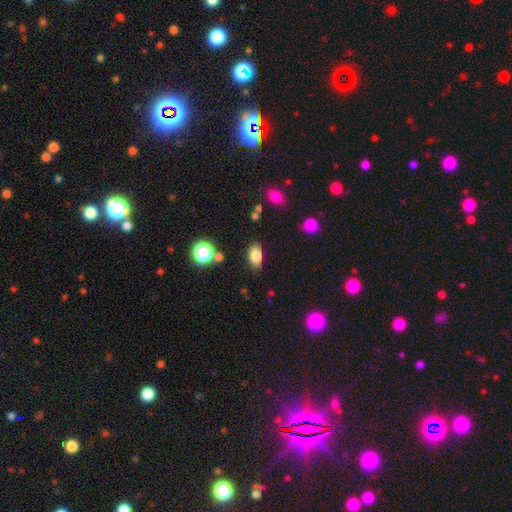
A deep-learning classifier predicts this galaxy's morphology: The model was most divided on "merging": none: 83%, minor disturbance: 11%, major disturbance: 3%, merger: 2%. More confident: how rounded — in between (89%); smooth or featured — smooth (83%).